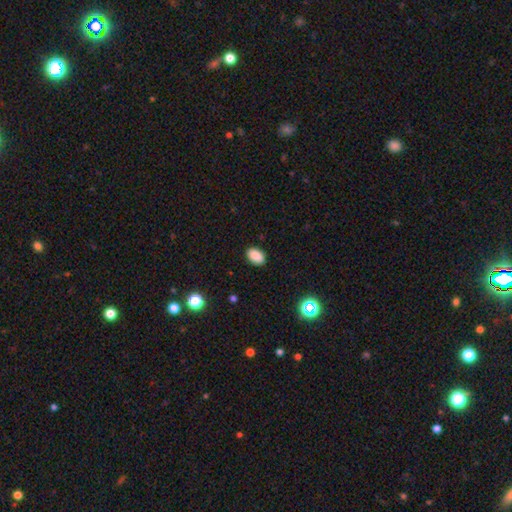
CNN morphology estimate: This appears to be a smooth galaxy with no disk features (87%) that is in between round and cigar-shaped (88%). Merging: none (88%).